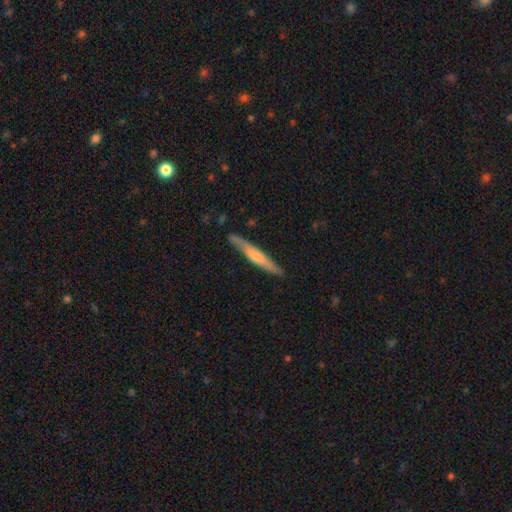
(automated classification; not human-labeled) This is possibly a featured or disk galaxy (49%). Merging: clearly none (85%).